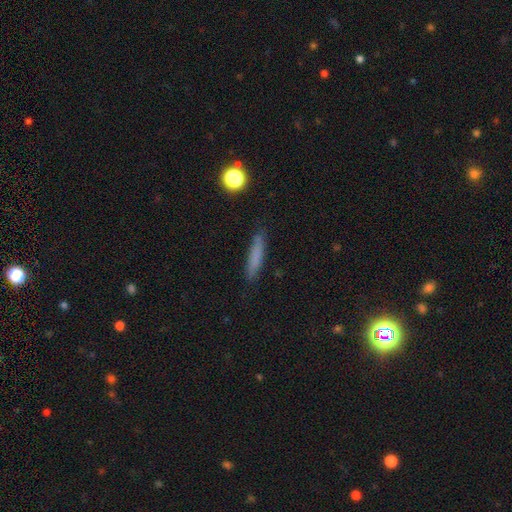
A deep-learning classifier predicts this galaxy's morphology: Q: Smooth or featured?
A: smooth (74%); runner-up: featured or disk (15%)
Q: How rounded?
A: cigar-shaped (88%); runner-up: in between (10%)
Q: Merging?
A: none (85%); runner-up: minor disturbance (11%)